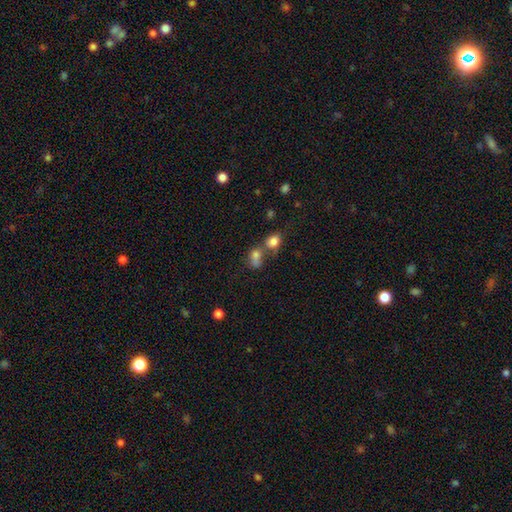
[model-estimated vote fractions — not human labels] This is likely a smooth galaxy (75%). How rounded: likely in between (60%). Merging: possibly merger (53%).